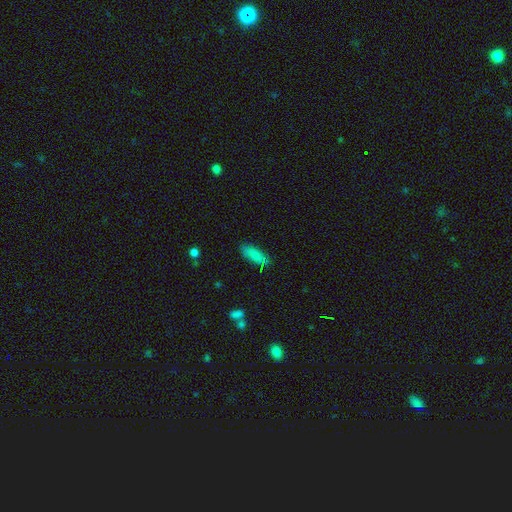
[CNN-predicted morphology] smooth-or-featured: smooth: 81% | featured or disk: 10% | star or artifact: 9%
  how-rounded: in between: 75% | cigar-shaped: 22% | round: 2%
  merging: none: 70% | minor disturbance: 20% | merger: 5% | major disturbance: 5%